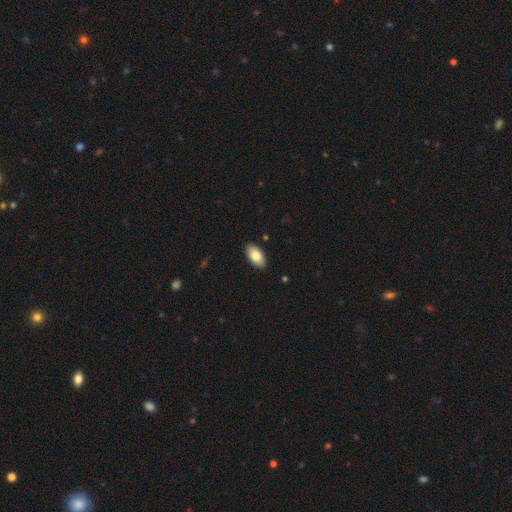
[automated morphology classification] This appears to be a smooth galaxy with no disk features (81%) that is in between round and cigar-shaped (95%). Merging: none (90%).